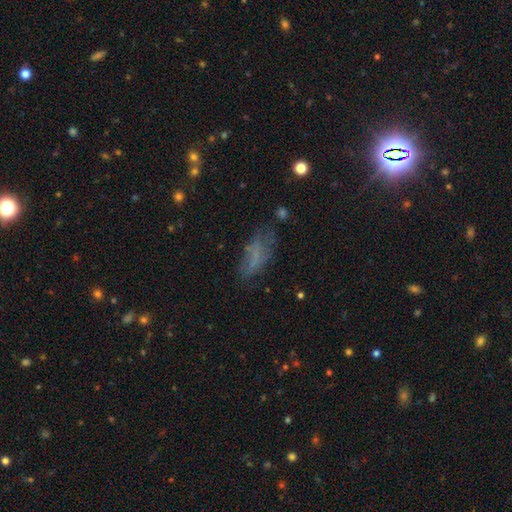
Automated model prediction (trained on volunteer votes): Overall: smooth (52%; featured or disk 30%). How rounded: in between (76%). Merging: none (53%; minor disturbance 25%).